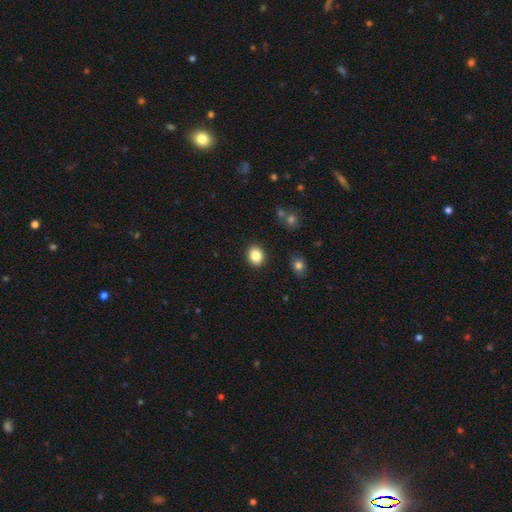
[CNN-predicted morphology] Smooth or featured?
  - smooth: 85% *
  - star or artifact: 9%
  - featured or disk: 6%
How rounded?
  - round: 59% *
  - in between: 40%
  - cigar-shaped: 1%
Merging?
  - none: 89% *
  - minor disturbance: 7%
  - major disturbance: 2%
  - merger: 2%